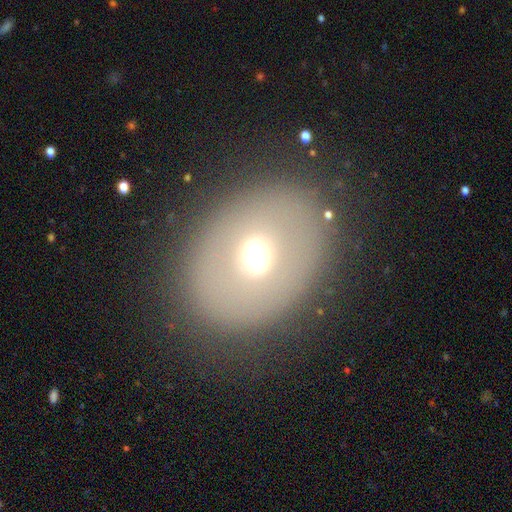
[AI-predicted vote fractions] This is possibly a smooth galaxy (56%). How rounded: possibly in between (57%). Merging: clearly none (82%).